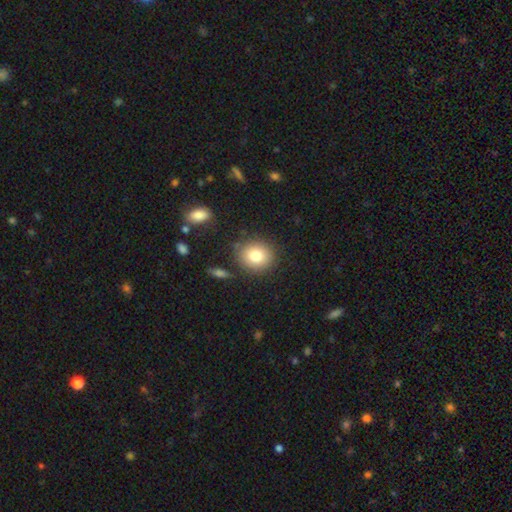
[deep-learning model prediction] The model was most divided on "how rounded": round: 77%, in between: 22%, cigar-shaped: 1%. More confident: merging — none (84%); smooth or featured — smooth (80%).